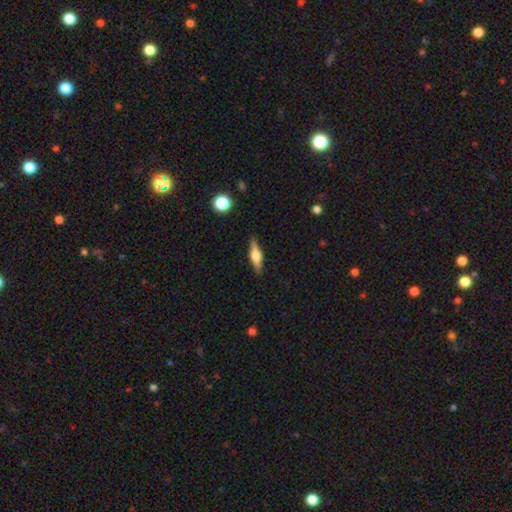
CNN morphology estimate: type=featured or disk (61%); edge-on=yes (96%); edge-on bulge=rounded (89%); merging=none (87%).